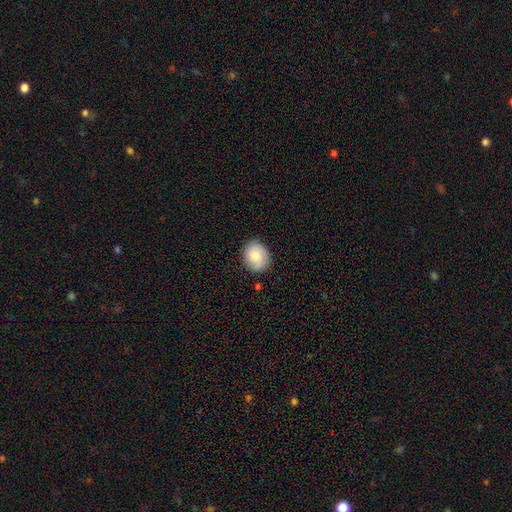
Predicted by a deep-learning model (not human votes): smooth 80%, featured or disk 13%, star or artifact 7%. Down the decision tree: how rounded — round (54%); merging — none (83%).